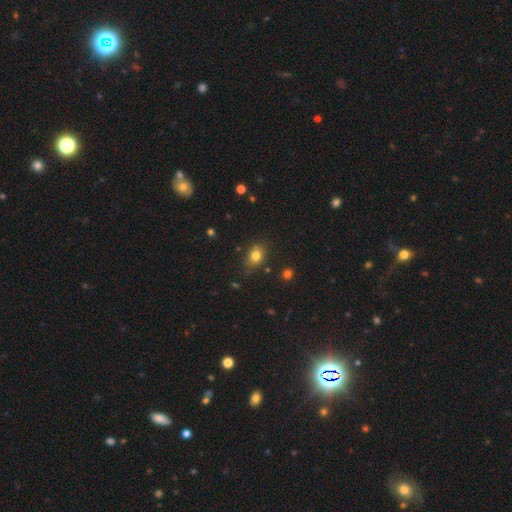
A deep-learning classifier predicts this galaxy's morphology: A smooth galaxy with no disk features (80%) that is in between round and cigar-shaped (58%).

Vote fractions:
- Smooth or featured? smooth: 80% / star or artifact: 12% / featured or disk: 9%
- How rounded? in between: 58% / round: 41% / cigar-shaped: 1%
- Merging? none: 76% / minor disturbance: 18% / major disturbance: 4% / merger: 3%